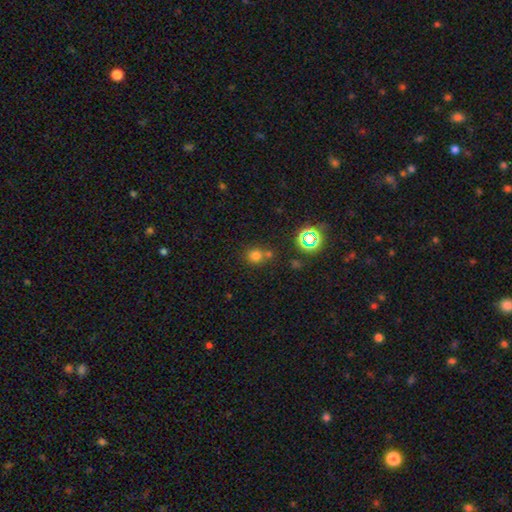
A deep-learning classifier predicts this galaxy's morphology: Smooth or featured?
  - smooth: 70% *
  - star or artifact: 21%
  - featured or disk: 8%
How rounded?
  - round: 87% *
  - in between: 12%
  - cigar-shaped: 1%
Merging?
  - none: 63% *
  - merger: 24%
  - minor disturbance: 10%
  - major disturbance: 3%